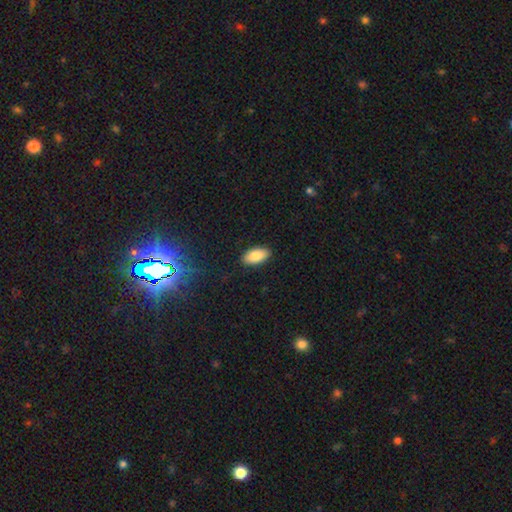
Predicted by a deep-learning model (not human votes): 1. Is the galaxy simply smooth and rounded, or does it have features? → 86% smooth, 7% featured or disk, 7% star or artifact.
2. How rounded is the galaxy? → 93% in between, 4% cigar-shaped, 2% round.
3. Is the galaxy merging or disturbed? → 89% none, 8% minor disturbance, 2% major disturbance, 1% merger.